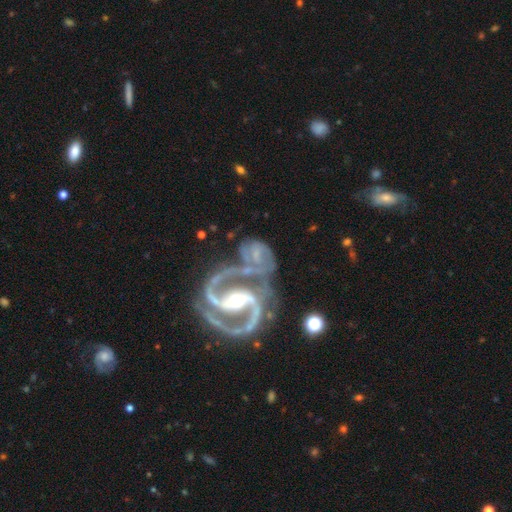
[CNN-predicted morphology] This is clearly a featured or disk galaxy (85%). It is clearly not viewed edge-on (97%). Bar: marginally strong (35%, tied with weak). Spiral arm pattern: clearly yes (94%). Spiral arm count: clearly 2 (84%). Spiral winding: possibly medium (55%). Central bulge: possibly moderate (58%). Merging: marginally merger (37%).